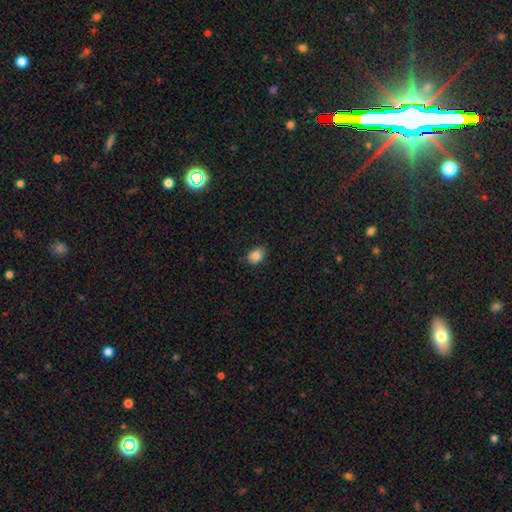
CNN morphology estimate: A smooth galaxy with no disk features (86%) that is in between round and cigar-shaped (69%).

Vote fractions:
- Smooth or featured? smooth: 86% / star or artifact: 9% / featured or disk: 5%
- How rounded? in between: 69% / round: 30% / cigar-shaped: 1%
- Merging? none: 79% / minor disturbance: 17% / major disturbance: 3% / merger: 1%